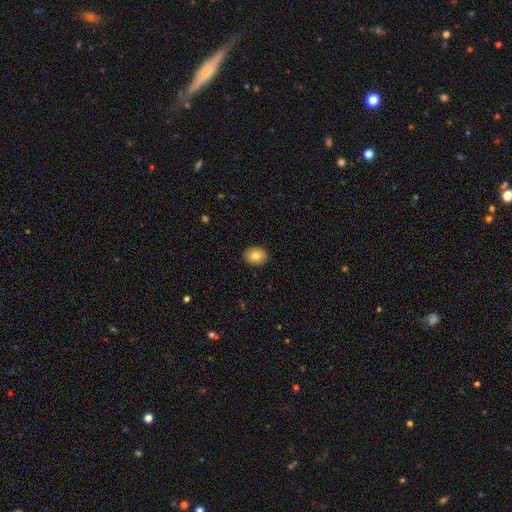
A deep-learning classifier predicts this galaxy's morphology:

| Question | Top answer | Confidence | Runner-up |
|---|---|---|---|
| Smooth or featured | smooth | 81% | featured or disk (10%) |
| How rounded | round | 53% | in between (46%) |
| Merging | none | 91% | minor disturbance (7%) |